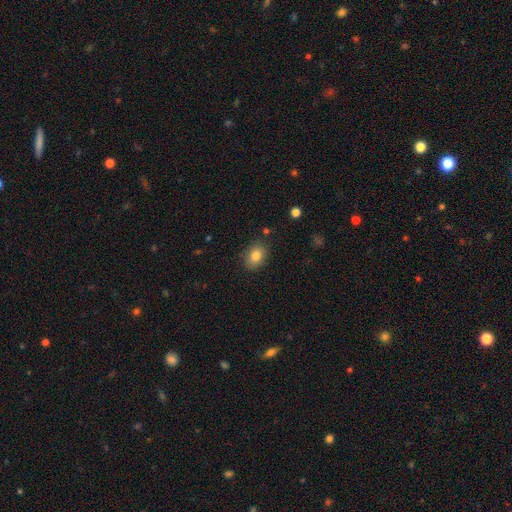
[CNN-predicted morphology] smooth-or-featured: smooth: 82% | star or artifact: 9% | featured or disk: 9%
  how-rounded: in between: 75% | round: 24% | cigar-shaped: 1%
  merging: none: 84% | minor disturbance: 12% | major disturbance: 3% | merger: 2%